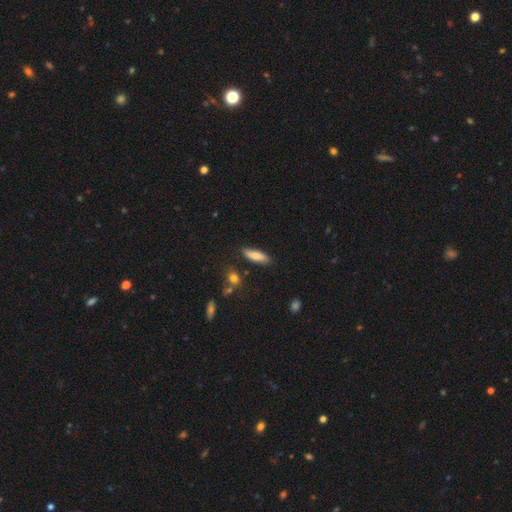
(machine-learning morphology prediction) The model was most divided on "how rounded": cigar-shaped: 57%, in between: 40%, round: 2%. More confident: merging — none (83%); smooth or featured — smooth (77%).